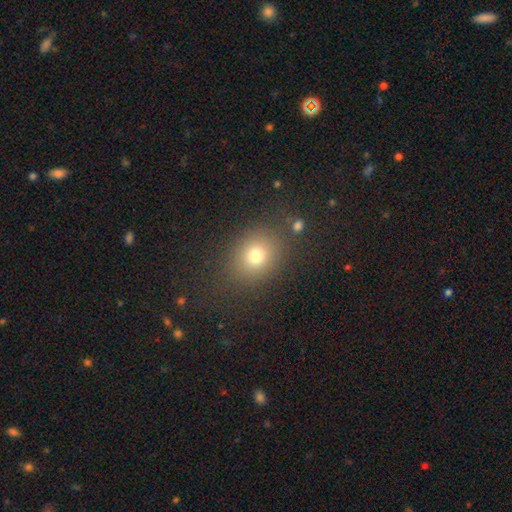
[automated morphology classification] A smooth galaxy with no disk features (75%) that is round (62%). Merging: none (81%).